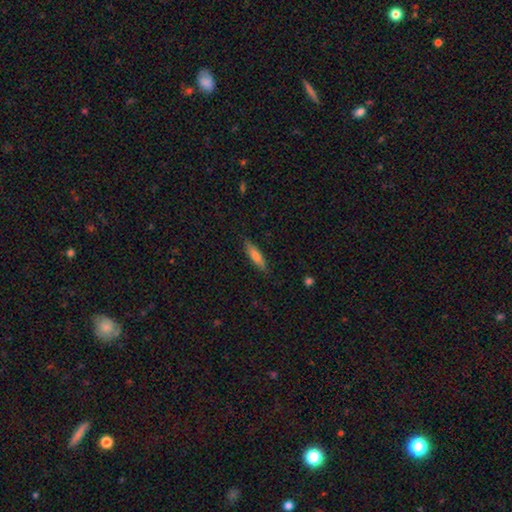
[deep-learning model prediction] Overall: smooth (69%). How rounded: cigar-shaped (78%). Merging: none (87%).